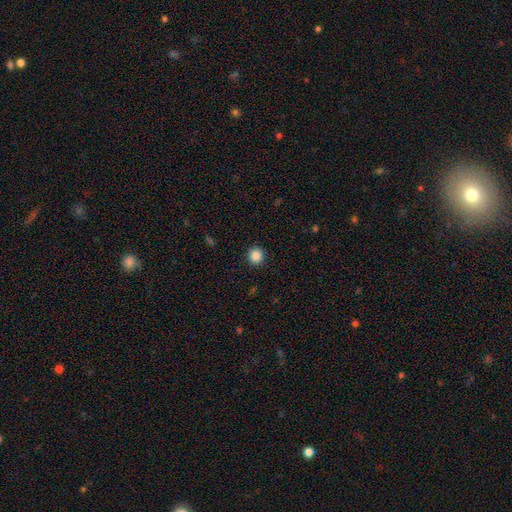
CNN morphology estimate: Q: Smooth or featured?
A: smooth (87%); runner-up: star or artifact (10%)
Q: How rounded?
A: round (94%); runner-up: in between (5%)
Q: Merging?
A: none (92%); runner-up: minor disturbance (5%)